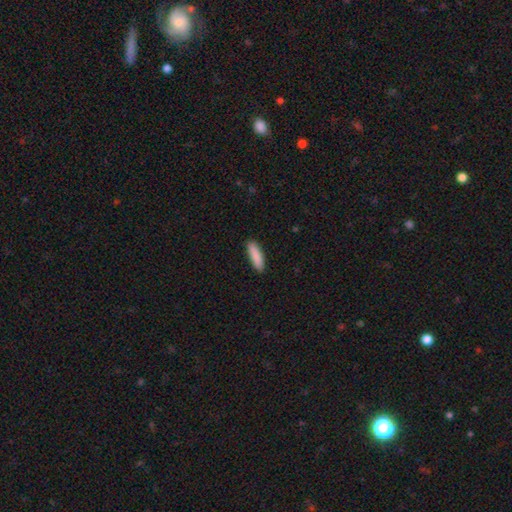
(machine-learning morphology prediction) The model was most divided on "how rounded": cigar-shaped: 62%, in between: 36%, round: 1%. More confident: merging — none (89%); smooth or featured — smooth (89%).